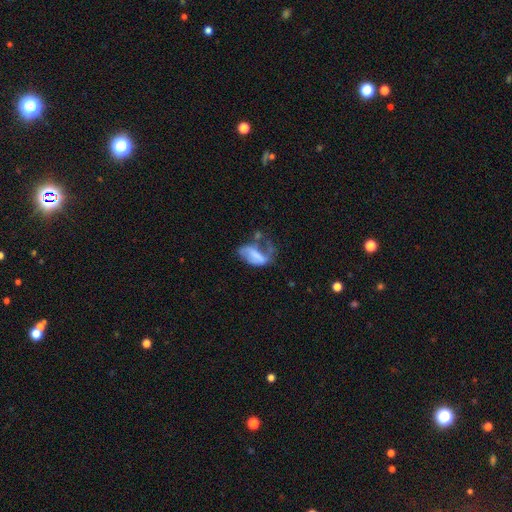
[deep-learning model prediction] smooth-or-featured: featured or disk: 46% | smooth: 44% | star or artifact: 10%
  merging: major disturbance: 48% | minor disturbance: 21% | none: 19% | merger: 12%